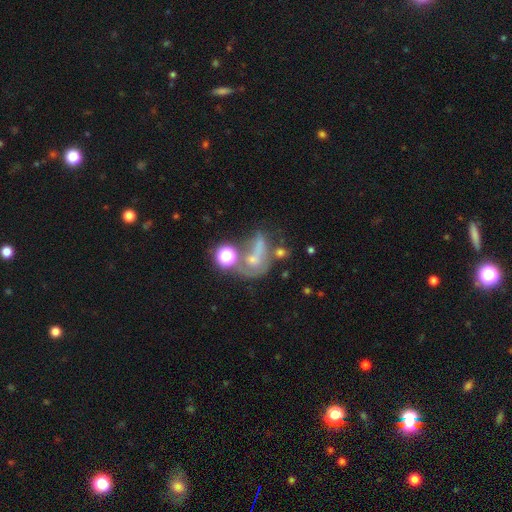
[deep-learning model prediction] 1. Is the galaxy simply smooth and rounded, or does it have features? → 44% featured or disk, 33% smooth, 23% star or artifact.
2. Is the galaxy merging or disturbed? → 32% major disturbance, 27% merger, 26% none, 15% minor disturbance.